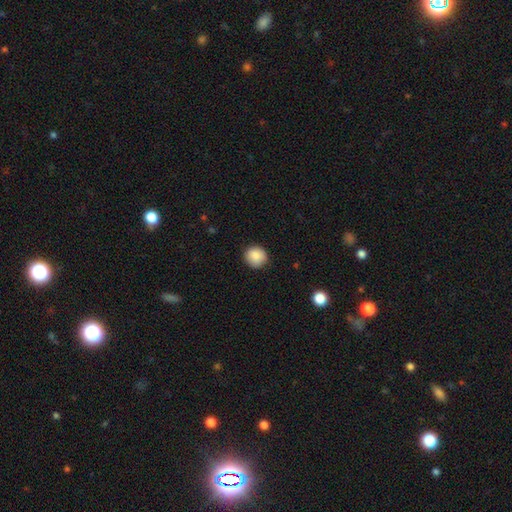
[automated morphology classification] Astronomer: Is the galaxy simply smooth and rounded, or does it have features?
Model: smooth — 87%.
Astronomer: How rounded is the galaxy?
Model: round — 91%.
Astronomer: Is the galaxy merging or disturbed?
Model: none — 87%.